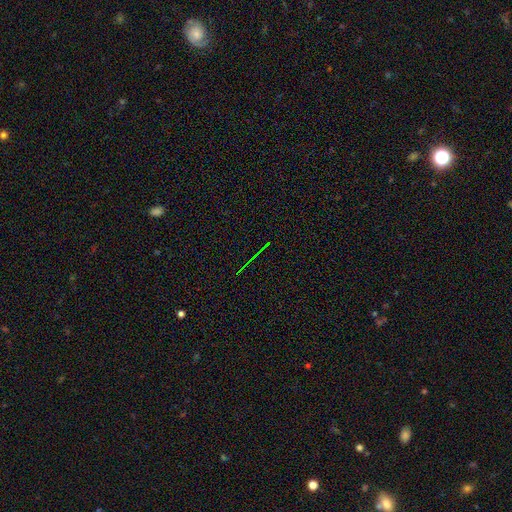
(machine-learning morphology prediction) star or artifact 77%, featured or disk 12%, smooth 11%.